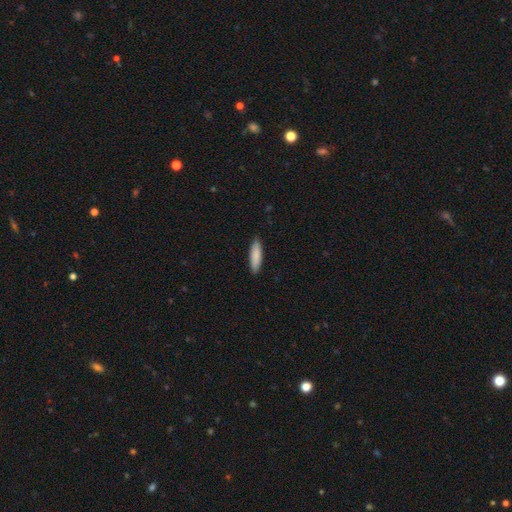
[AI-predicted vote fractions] The model was most divided on "how rounded": cigar-shaped: 64%, in between: 35%, round: 1%. More confident: merging — none (87%); smooth or featured — smooth (87%).